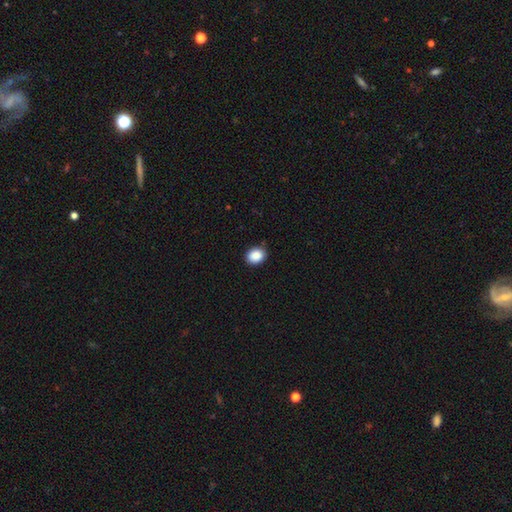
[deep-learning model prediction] Smooth or featured? Predicted: smooth (p=0.89). How rounded? Predicted: round (p=0.50). Merging? Predicted: none (p=0.87).